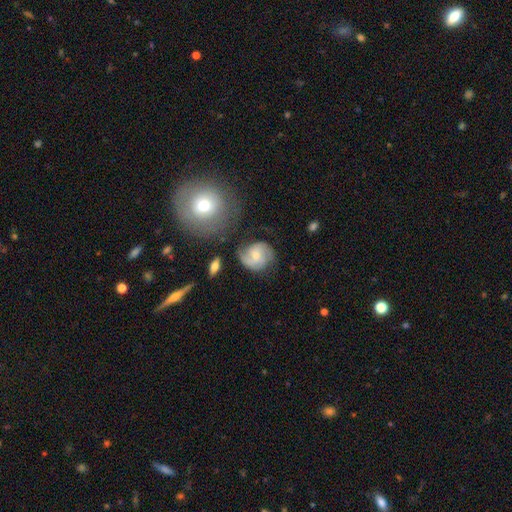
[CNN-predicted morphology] Q: Smooth or featured?
A: featured or disk (70%); runner-up: smooth (23%)
Q: Edge-on disk?
A: no (98%); runner-up: yes (2%)
Q: Bar?
A: no (62%); runner-up: weak (33%)
Q: Spiral arms?
A: yes (93%); runner-up: no (7%)
Q: Spiral winding?
A: medium (46%); runner-up: tight (32%)
Q: Spiral arm count?
A: 2 (57%); runner-up: 3 (18%)
Q: Bulge size?
A: small (56%); runner-up: moderate (38%)
Q: Merging?
A: none (67%); runner-up: minor disturbance (21%)